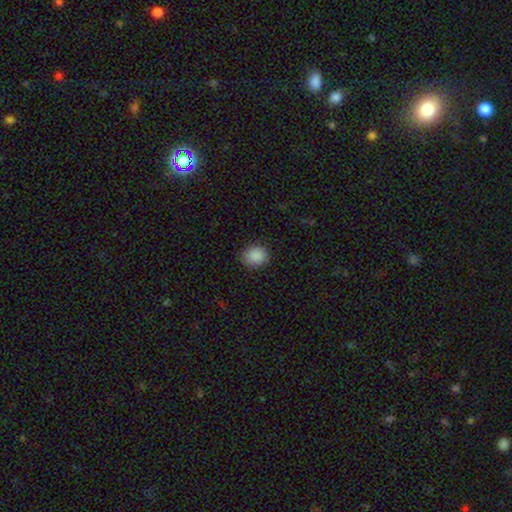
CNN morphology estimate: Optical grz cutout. It shows a smooth galaxy with no disk features (89%) that is round (69%). Merging: none (85%).